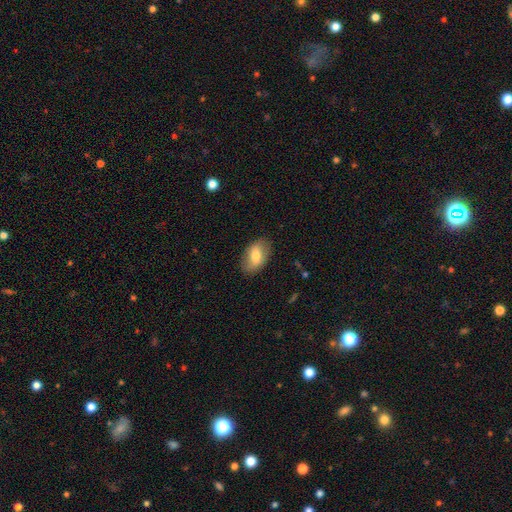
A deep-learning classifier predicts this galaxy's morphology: smooth 69%, featured or disk 25%, star or artifact 6%. Down the decision tree: how rounded — in between (91%); merging — none (82%).